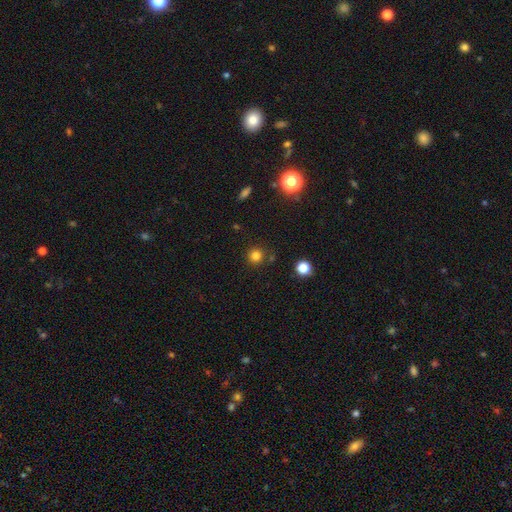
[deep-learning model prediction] Overall: smooth (80%). How rounded: round (94%). Merging: none (86%).